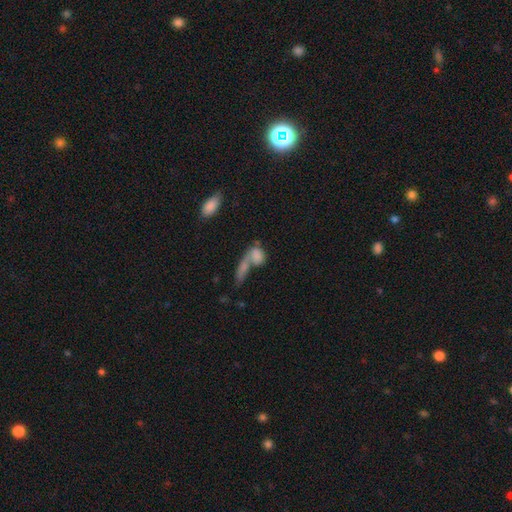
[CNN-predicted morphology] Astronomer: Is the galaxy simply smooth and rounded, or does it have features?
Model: smooth — 73%.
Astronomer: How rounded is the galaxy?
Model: in between — 64%.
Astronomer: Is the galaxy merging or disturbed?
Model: merger — 58%.